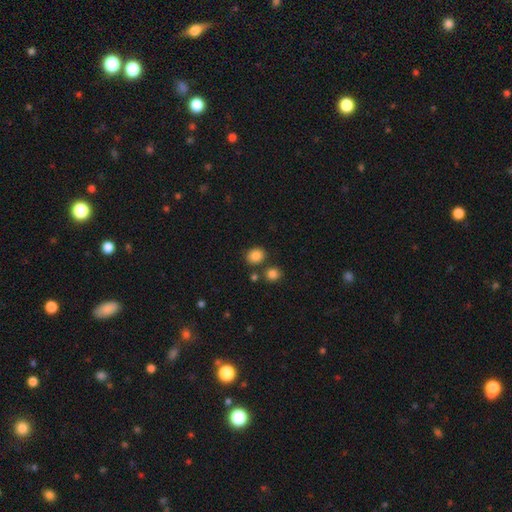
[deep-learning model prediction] Morphology: type=smooth (85%); roundness=round (63%); merging=none (76%).